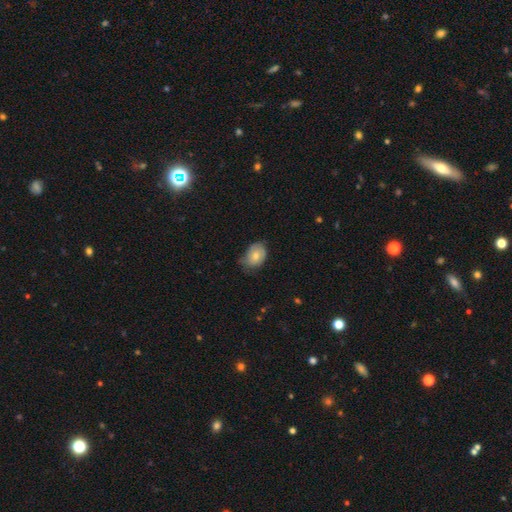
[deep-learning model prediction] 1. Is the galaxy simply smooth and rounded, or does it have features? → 73% smooth, 20% featured or disk, 8% star or artifact.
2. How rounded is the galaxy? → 72% in between, 27% round, 1% cigar-shaped.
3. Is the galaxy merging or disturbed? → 51% none, 39% minor disturbance, 8% major disturbance, 1% merger.